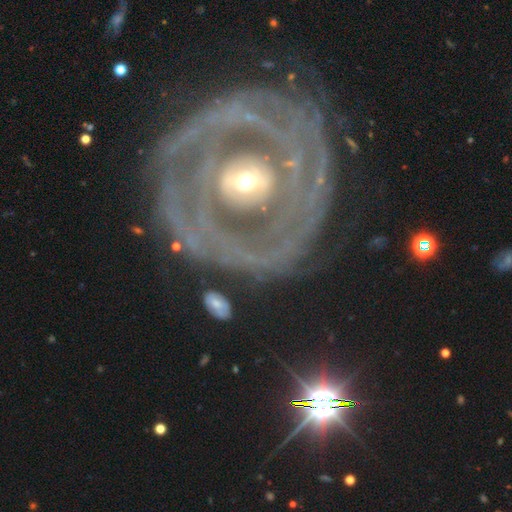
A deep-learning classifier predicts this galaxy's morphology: Smooth or featured: featured or disk — 82% (smooth — 11%)
Edge-on disk: no — 96% (yes — 4%)
Bar: no — 63% (weak — 21%)
Spiral arms: yes — 74% (no — 26%)
Spiral winding: tight — 74% (medium — 18%)
Spiral arm count: can't tell — 37% (2 — 23%)
Bulge size: moderate — 49% (small — 38%)
Merging: none — 73% (minor disturbance — 14%)